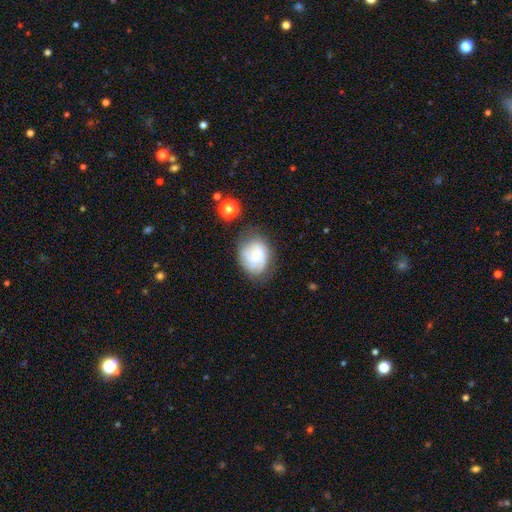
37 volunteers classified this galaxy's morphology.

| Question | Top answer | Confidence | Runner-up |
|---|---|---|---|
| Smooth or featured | featured or disk | 49% | smooth (46%) |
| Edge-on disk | no | 100% | — |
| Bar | no | 61% | weak (33%) |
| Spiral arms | yes | 72% | no (28%) |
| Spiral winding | medium | 62% | tight (38%) |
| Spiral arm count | can't tell | 38% | 3 (31%) |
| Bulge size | small | 50% | moderate (39%) |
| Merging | none | 57% | minor disturbance (26%) |